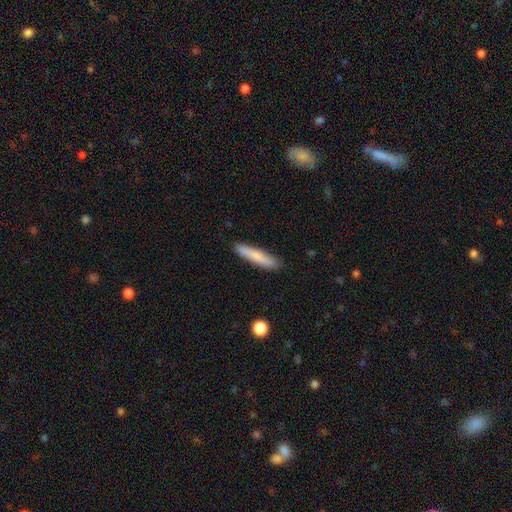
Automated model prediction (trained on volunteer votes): A smooth galaxy with no disk features (78%) that is cigar-shaped (88%). Merging: none (87%).